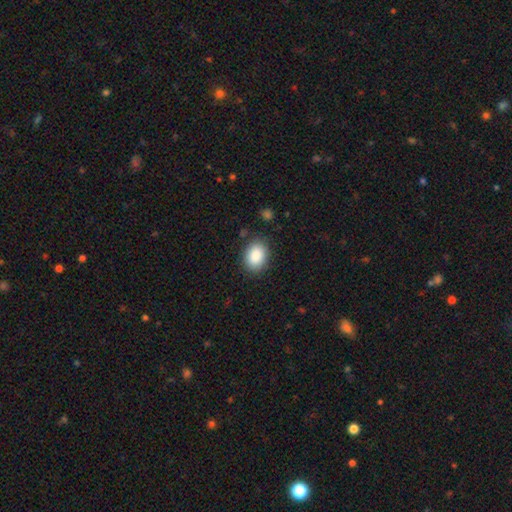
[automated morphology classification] Smooth or featured?
  - smooth: 89% *
  - star or artifact: 7%
  - featured or disk: 4%
How rounded?
  - in between: 75% *
  - round: 24%
  - cigar-shaped: 1%
Merging?
  - none: 85% *
  - minor disturbance: 11%
  - major disturbance: 3%
  - merger: 2%